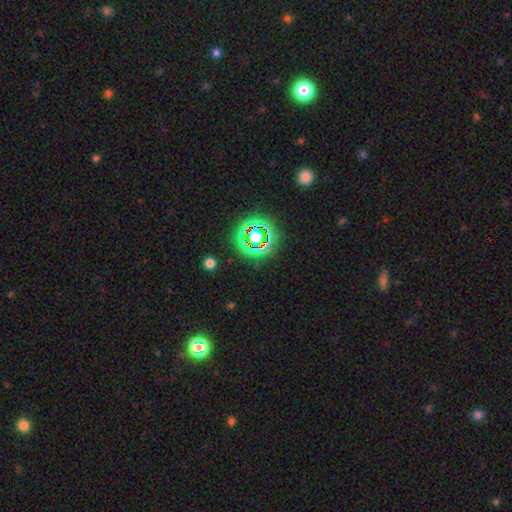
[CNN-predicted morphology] Overall: star or artifact (72%).